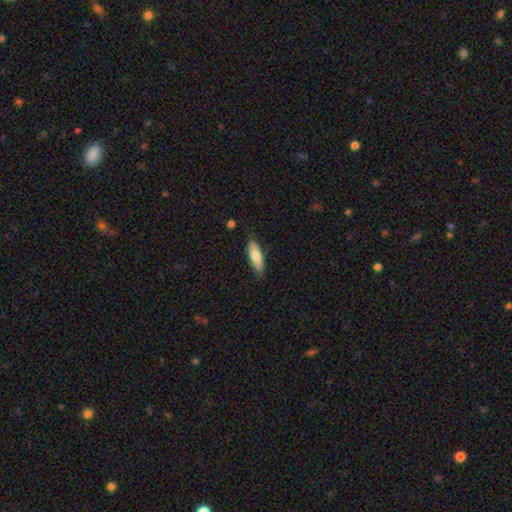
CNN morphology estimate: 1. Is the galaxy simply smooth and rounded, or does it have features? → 75% smooth, 19% featured or disk, 6% star or artifact.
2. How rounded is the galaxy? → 52% in between, 46% cigar-shaped, 2% round.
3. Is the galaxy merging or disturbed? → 81% none, 15% minor disturbance, 3% major disturbance, 1% merger.